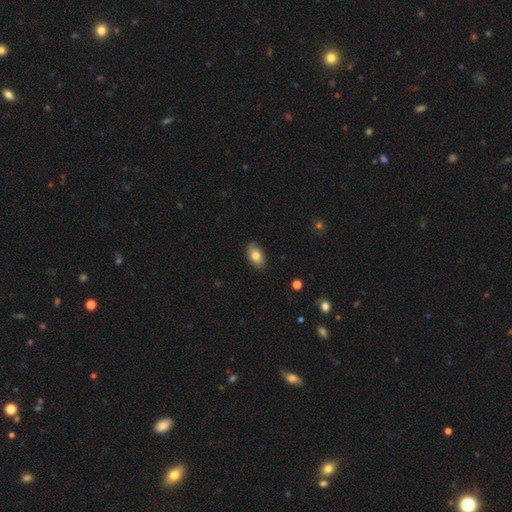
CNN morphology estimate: Smooth or featured? Predicted: smooth (p=0.80). How rounded? Predicted: in between (p=0.93). Merging? Predicted: none (p=0.88).